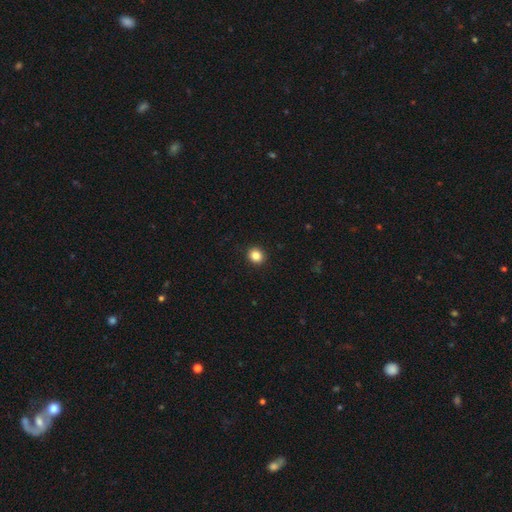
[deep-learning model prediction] Smooth or featured? smooth (86%)
How rounded? round (79%)
Merging? none (92%)